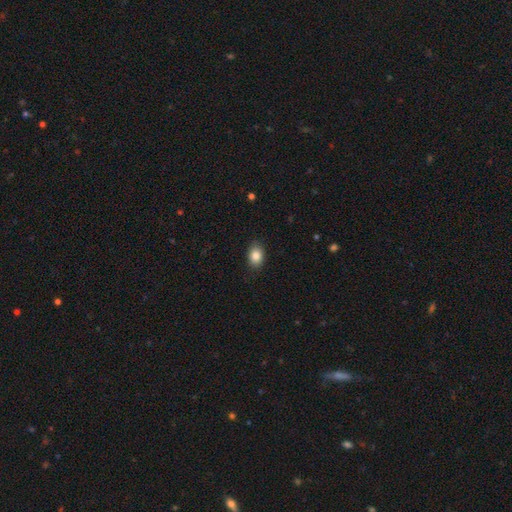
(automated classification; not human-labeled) Smooth or featured? smooth (86%)
How rounded? in between (75%)
Merging? none (87%)